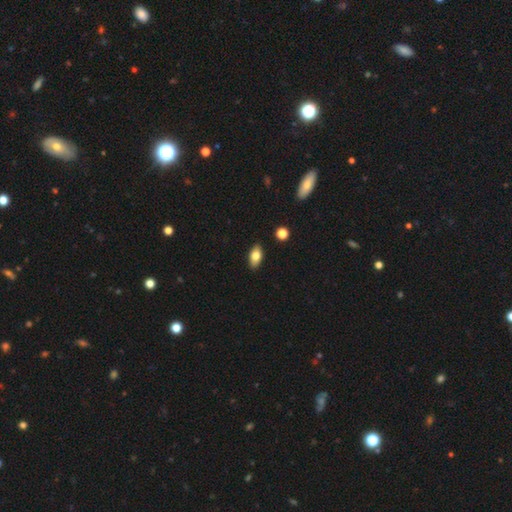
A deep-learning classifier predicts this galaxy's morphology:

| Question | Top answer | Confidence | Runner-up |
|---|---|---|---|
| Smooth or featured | smooth | 76% | featured or disk (16%) |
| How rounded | in between | 89% | cigar-shaped (6%) |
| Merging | none | 89% | minor disturbance (8%) |